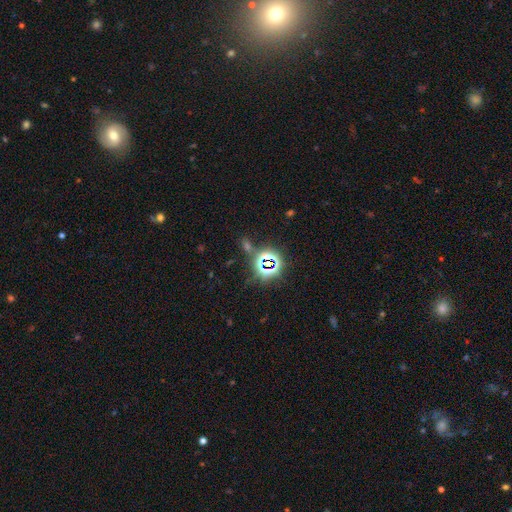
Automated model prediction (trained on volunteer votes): Morphology: type=star or artifact (74%).